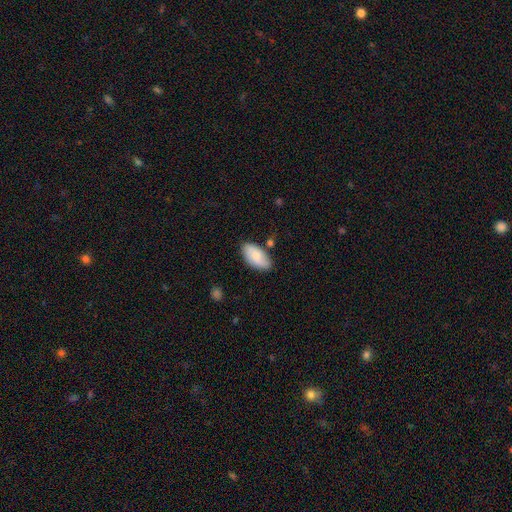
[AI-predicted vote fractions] Overall: smooth (75%). How rounded: in between (94%). Merging: none (75%).